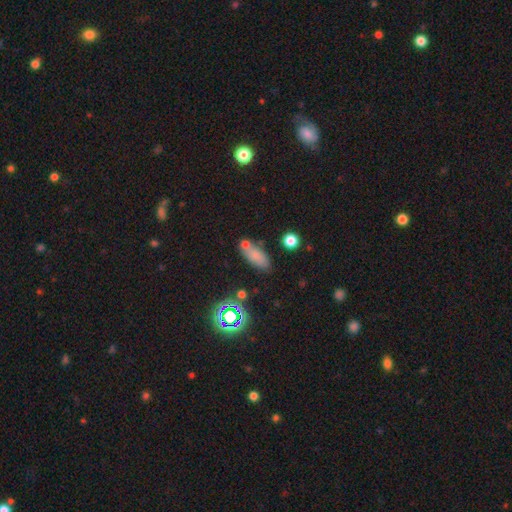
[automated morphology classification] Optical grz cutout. It shows a smooth galaxy with no disk features (72%) that is in between round and cigar-shaped (73%). Merging: none (60%).